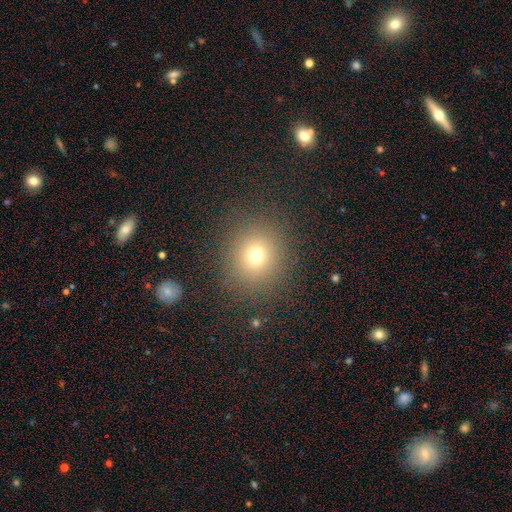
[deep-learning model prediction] A smooth galaxy with no disk features (72%) that is round (84%). Merging: none (88%).